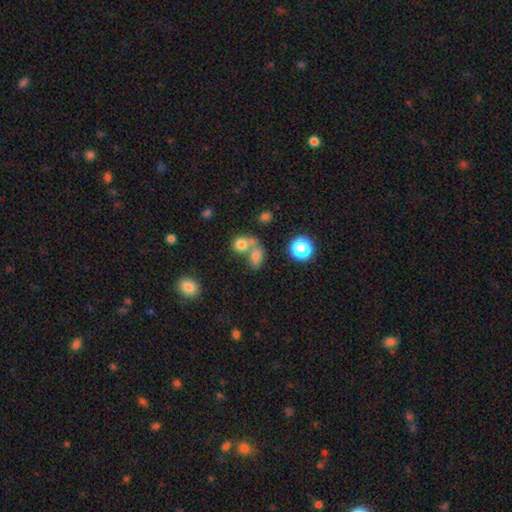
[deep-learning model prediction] A smooth galaxy with no disk features (72%) that is in between round and cigar-shaped (60%). Merging: merger (52%).